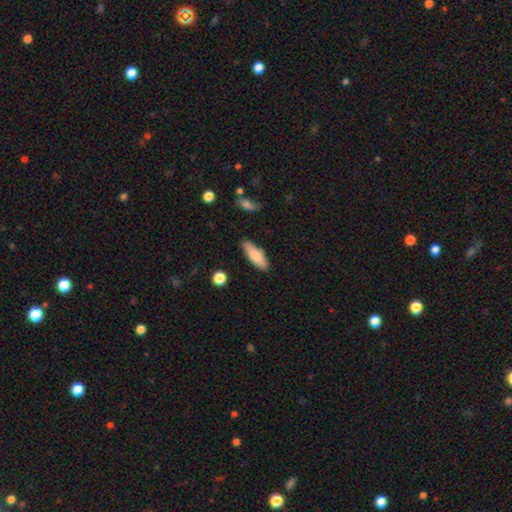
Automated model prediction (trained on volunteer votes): A smooth galaxy with no disk features (81%) that is in between round and cigar-shaped (56%). Merging: none (83%).